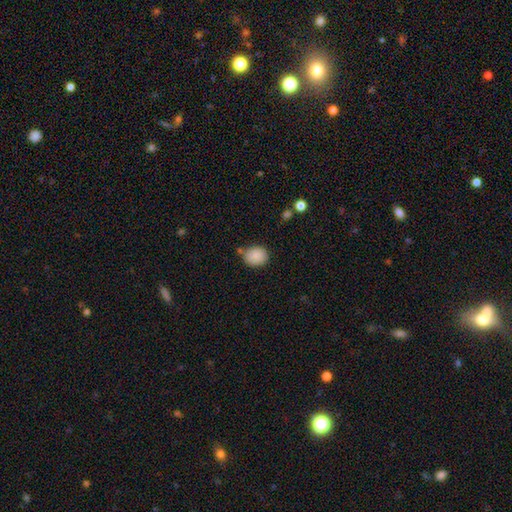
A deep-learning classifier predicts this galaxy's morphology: A smooth galaxy with no disk features (87%) that is round (66%).

Vote fractions:
- Smooth or featured? smooth: 87% / star or artifact: 8% / featured or disk: 5%
- How rounded? round: 66% / in between: 33% / cigar-shaped: 1%
- Merging? none: 73% / minor disturbance: 15% / merger: 8% / major disturbance: 4%